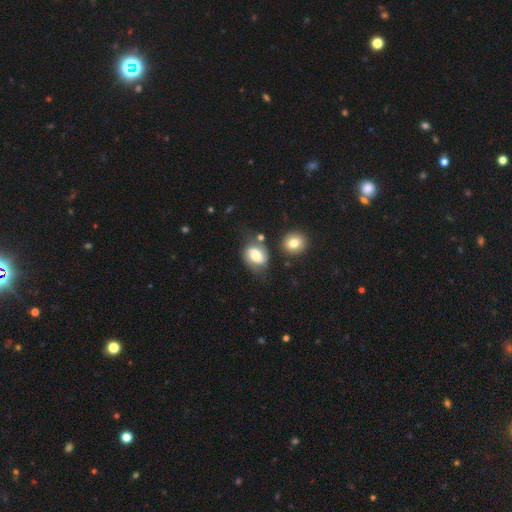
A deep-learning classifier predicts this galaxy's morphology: smooth_or_featured: smooth (p=0.51) [alt: featured or disk p=0.40]
how_rounded: in between (p=0.64) [alt: round p=0.35]
merging: none (p=0.55) [alt: minor disturbance p=0.24]